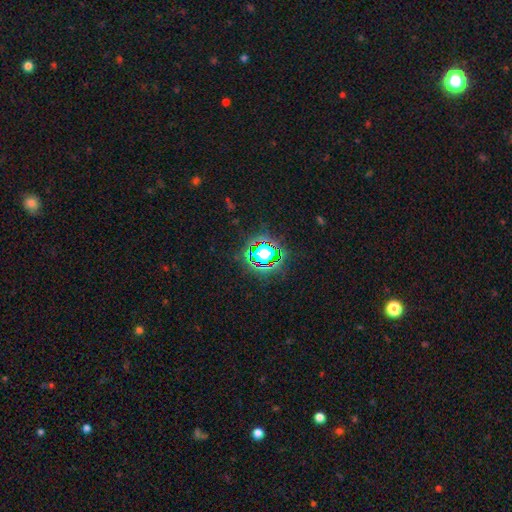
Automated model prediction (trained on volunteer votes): This is clearly a star or artifact rather than a galaxy (81%).